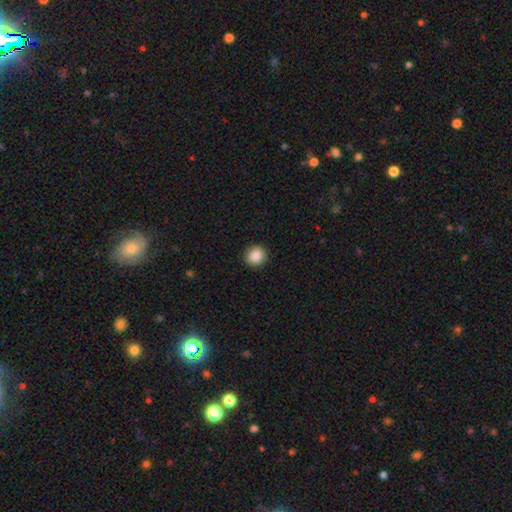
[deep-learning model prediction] This appears to be a smooth galaxy with no disk features (88%) that is round (91%). Merging: none (91%).